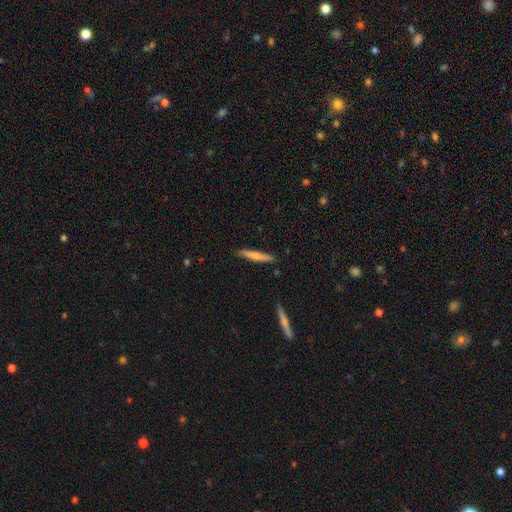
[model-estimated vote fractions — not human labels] Overall: smooth (71%). How rounded: cigar-shaped (94%). Merging: none (88%).